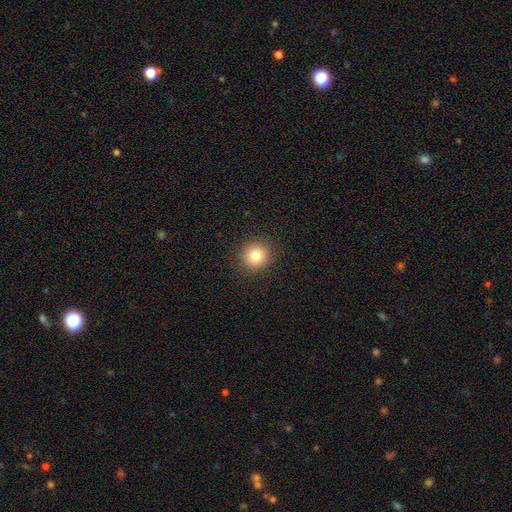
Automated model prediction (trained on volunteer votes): smooth_or_featured: smooth (p=0.82) [alt: star or artifact p=0.11]
how_rounded: round (p=0.92) [alt: in between p=0.07]
merging: none (p=0.91) [alt: minor disturbance p=0.06]